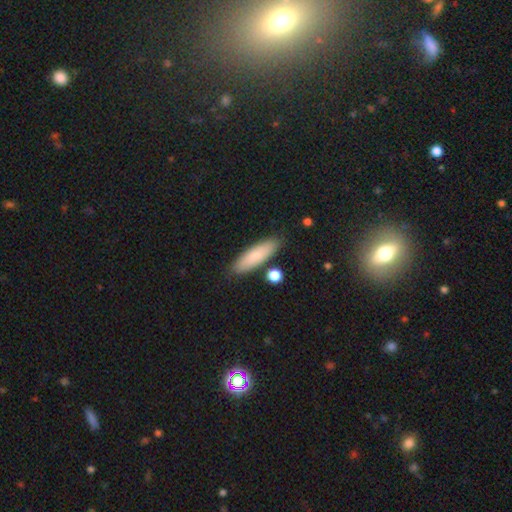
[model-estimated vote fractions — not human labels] smooth 82%, featured or disk 12%, star or artifact 6%. Down the decision tree: how rounded — cigar-shaped (58%); merging — none (84%).